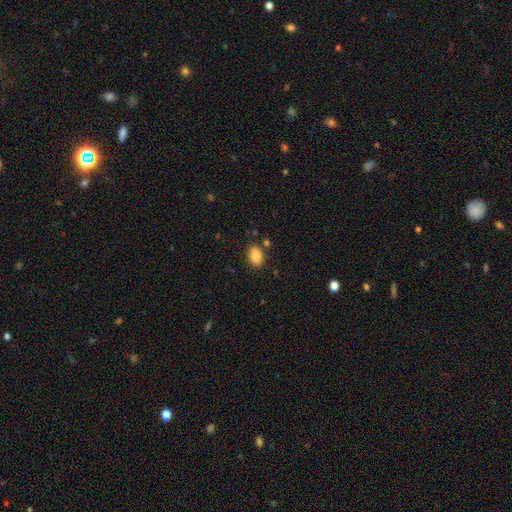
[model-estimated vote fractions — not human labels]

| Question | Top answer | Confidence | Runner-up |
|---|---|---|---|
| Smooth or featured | smooth | 88% | star or artifact (9%) |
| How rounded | in between | 81% | round (18%) |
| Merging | none | 80% | minor disturbance (12%) |